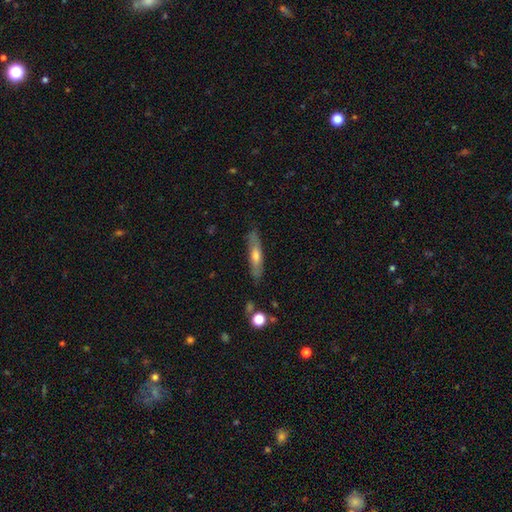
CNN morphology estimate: Smooth or featured: smooth — 47% (featured or disk — 46%)
Merging: none — 82% (minor disturbance — 14%)